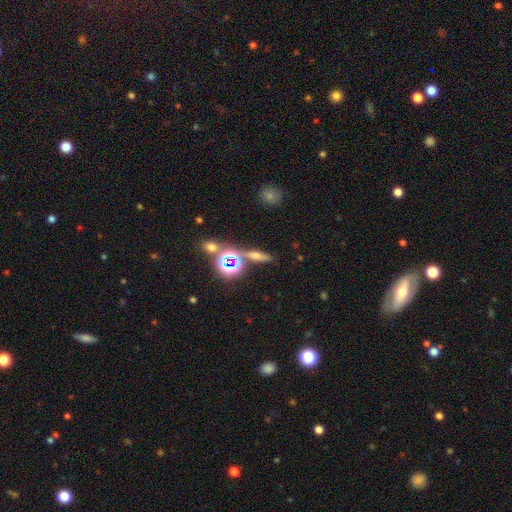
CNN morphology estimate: Smooth or featured: smooth — 44% (star or artifact — 32%)
Merging: none — 70% (merger — 14%)